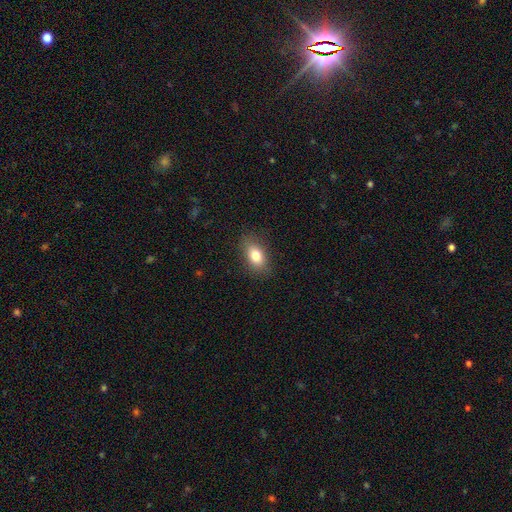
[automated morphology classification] A smooth galaxy with no disk features (79%) that is in between round and cigar-shaped (85%).

Vote fractions:
- Smooth or featured? smooth: 79% / featured or disk: 12% / star or artifact: 9%
- How rounded? in between: 85% / round: 11% / cigar-shaped: 4%
- Merging? none: 84% / minor disturbance: 12% / major disturbance: 3% / merger: 1%